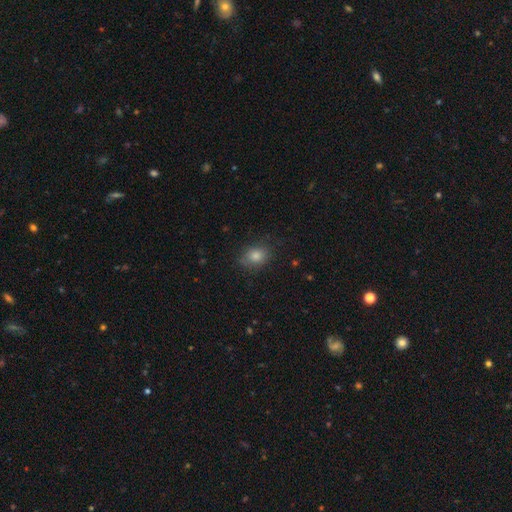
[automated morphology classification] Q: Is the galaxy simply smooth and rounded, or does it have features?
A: smooth — 79%.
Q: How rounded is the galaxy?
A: round — 51%.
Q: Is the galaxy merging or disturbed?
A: none — 79%.